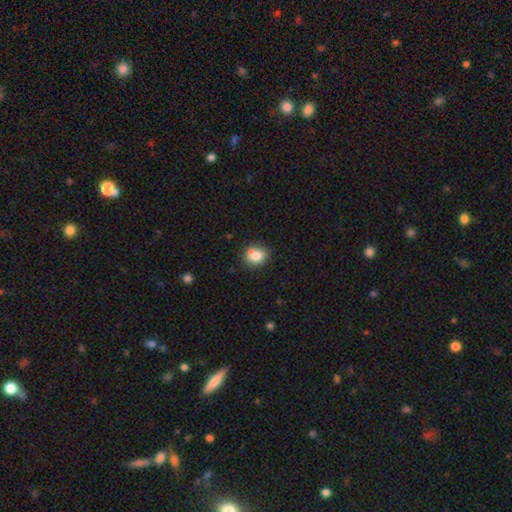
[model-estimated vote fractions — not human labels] Overall: smooth (78%). How rounded: round (68%; in between 31%). Merging: none (64%).